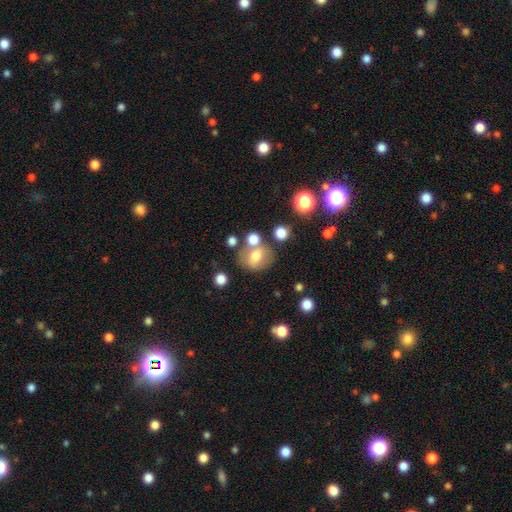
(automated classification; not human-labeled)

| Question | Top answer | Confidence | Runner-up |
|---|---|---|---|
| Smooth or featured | smooth | 65% | featured or disk (23%) |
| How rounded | round | 57% | in between (41%) |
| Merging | none | 61% | merger (19%) |